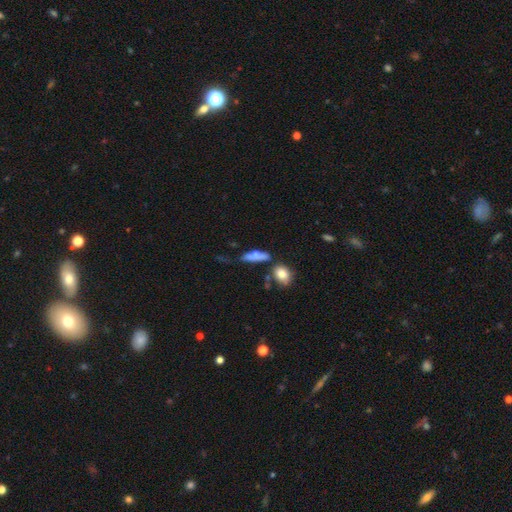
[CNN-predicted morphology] Smooth or featured? Predicted: smooth (p=0.64). How rounded? Predicted: in between (p=0.53). Merging? Predicted: none (p=0.40).